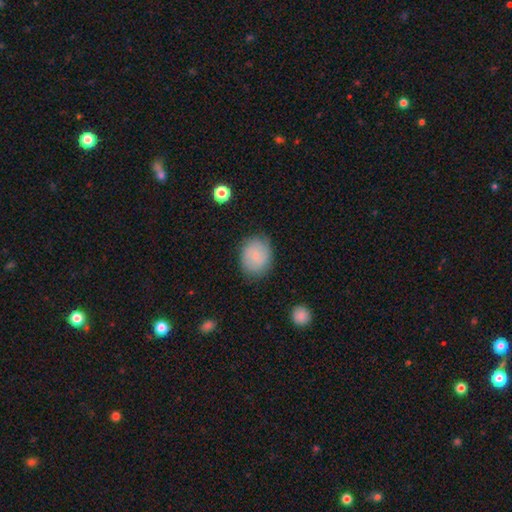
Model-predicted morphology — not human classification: Smooth or featured? smooth (71%)
How rounded? round (54%)
Merging? none (79%)